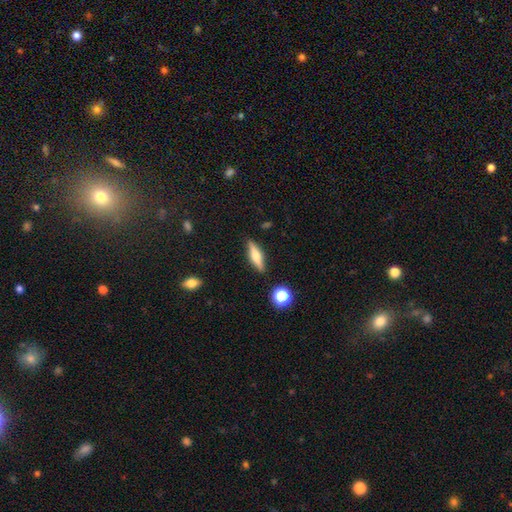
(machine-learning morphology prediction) type=featured or disk (48%); merging=none (87%).